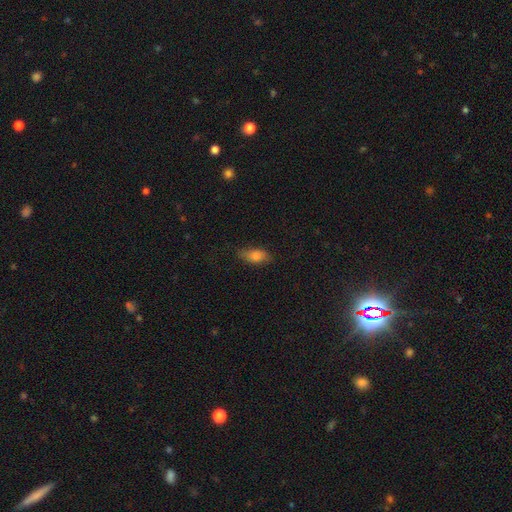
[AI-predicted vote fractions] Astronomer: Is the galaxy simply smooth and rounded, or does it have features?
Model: smooth — 76%.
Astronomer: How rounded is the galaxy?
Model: in between — 81%.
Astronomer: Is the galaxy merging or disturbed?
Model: none — 76%.